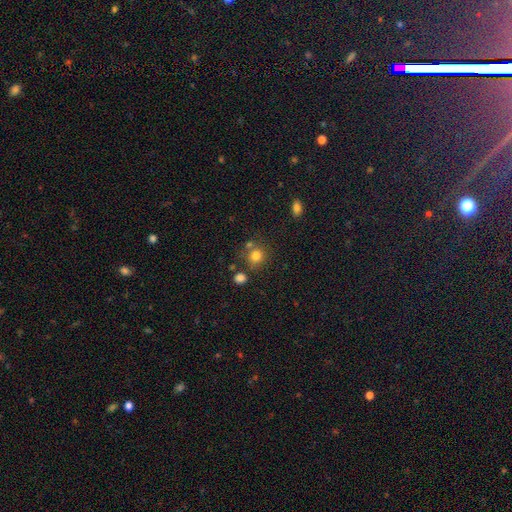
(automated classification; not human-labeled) Smooth or featured?
  - smooth: 79% *
  - star or artifact: 13%
  - featured or disk: 8%
How rounded?
  - round: 85% *
  - in between: 14%
  - cigar-shaped: 1%
Merging?
  - none: 69% *
  - merger: 15%
  - minor disturbance: 12%
  - major disturbance: 4%